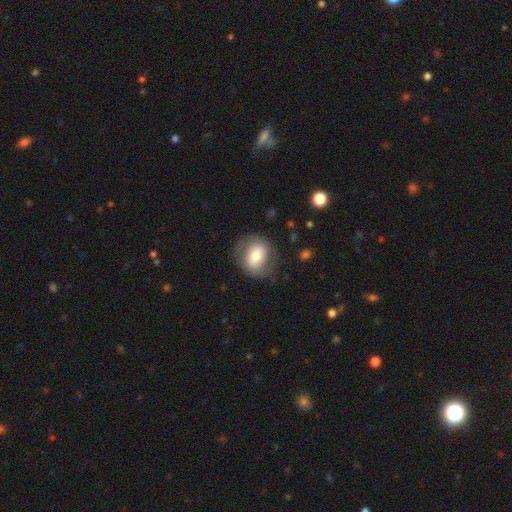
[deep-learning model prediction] smooth 51%, featured or disk 42%, star or artifact 7%. Down the decision tree: how rounded — round (57%); merging — none (72%).